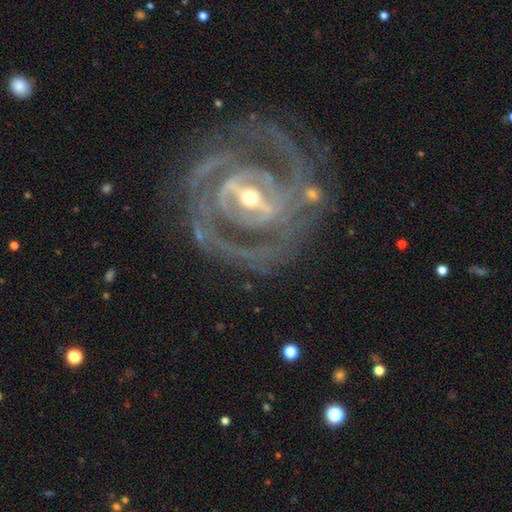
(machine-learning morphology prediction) Smooth or featured? featured or disk (91%)
Edge-on disk? no (96%)
Bar? strong (64%)
Spiral arms? yes (95%)
Spiral winding? tight (63%)
Spiral arm count? 2 (38%)
Bulge size? small (49%)
Merging? none (70%)